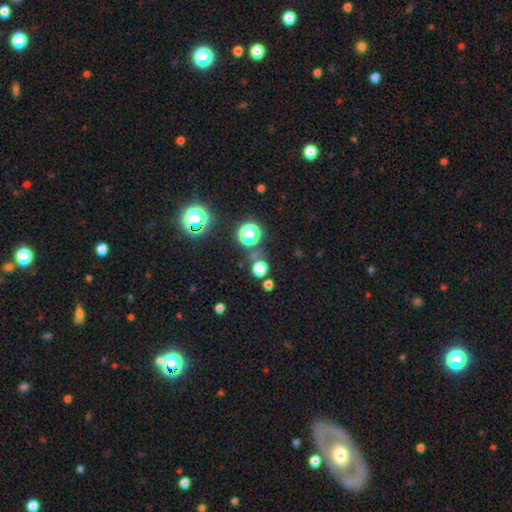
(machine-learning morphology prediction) A star or artifact, not a galaxy (62%).